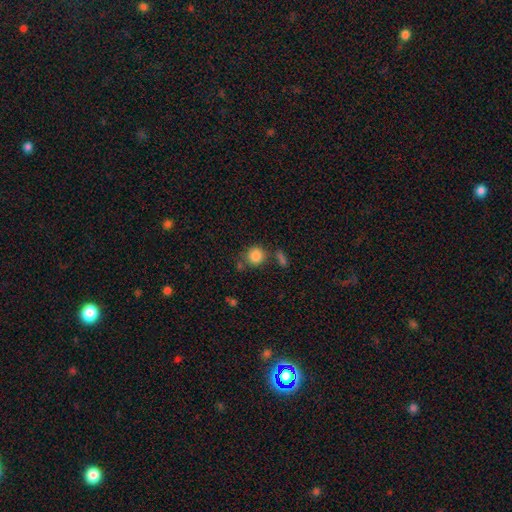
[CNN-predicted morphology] smooth-or-featured: smooth: 85% | star or artifact: 9% | featured or disk: 6%
  how-rounded: round: 86% | in between: 13% | cigar-shaped: 1%
  merging: none: 68% | minor disturbance: 14% | merger: 13% | major disturbance: 5%